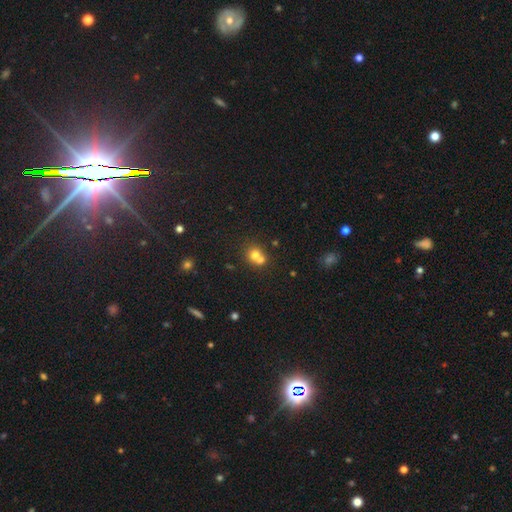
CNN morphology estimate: Smooth or featured?
  - smooth: 70% *
  - featured or disk: 16%
  - star or artifact: 14%
How rounded?
  - round: 80% *
  - in between: 19%
  - cigar-shaped: 1%
Merging?
  - merger: 55% *
  - none: 37%
  - minor disturbance: 6%
  - major disturbance: 2%